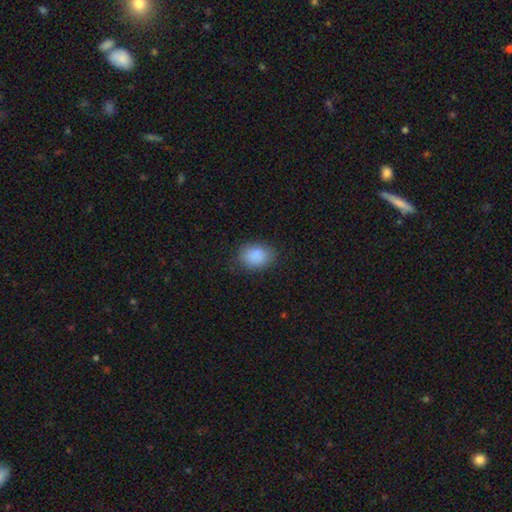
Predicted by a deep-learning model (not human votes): smooth_or_featured: smooth (p=0.87) [alt: star or artifact p=0.08]
how_rounded: in between (p=0.68) [alt: round p=0.31]
merging: none (p=0.79) [alt: minor disturbance p=0.15]